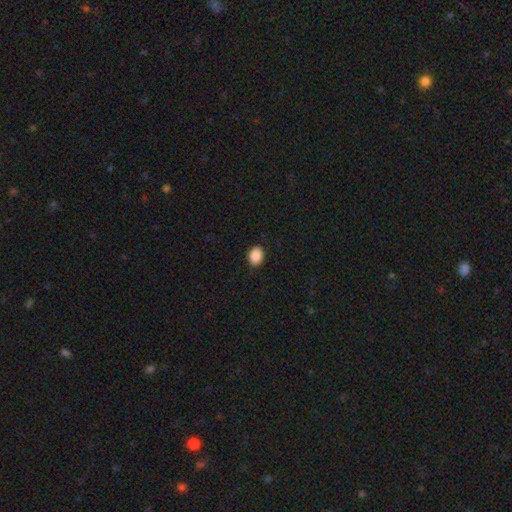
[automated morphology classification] A smooth galaxy with no disk features (89%) that is in between round and cigar-shaped (63%). Merging: none (87%).